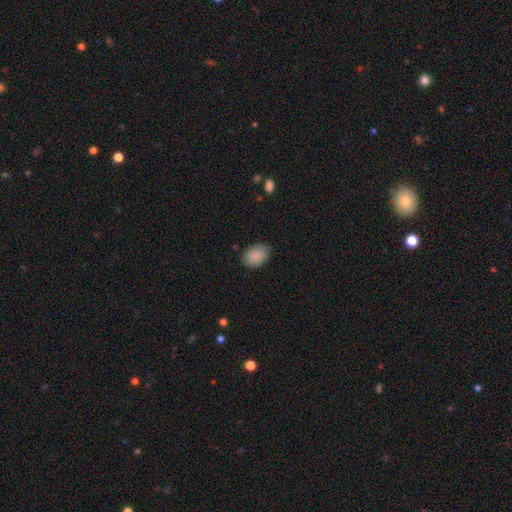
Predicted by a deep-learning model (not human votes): Smooth or featured?
  - smooth: 88% *
  - star or artifact: 7%
  - featured or disk: 5%
How rounded?
  - in between: 84% *
  - round: 15%
  - cigar-shaped: 1%
Merging?
  - none: 78% *
  - minor disturbance: 17%
  - major disturbance: 3%
  - merger: 1%